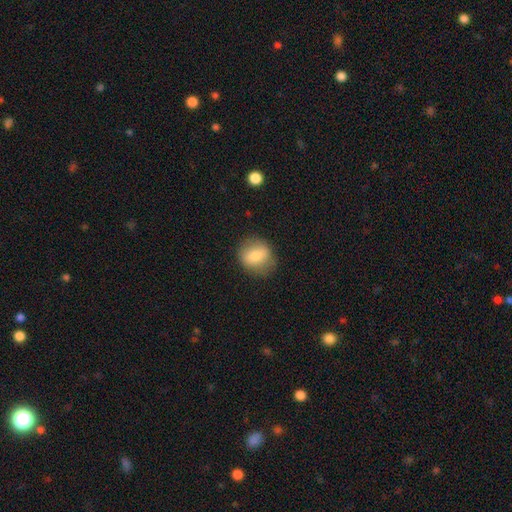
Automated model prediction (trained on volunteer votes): A smooth galaxy with no disk features (76%) that is round (70%).

Vote fractions:
- Smooth or featured? smooth: 76% / featured or disk: 16% / star or artifact: 8%
- How rounded? round: 70% / in between: 29% / cigar-shaped: 1%
- Merging? none: 78% / minor disturbance: 16% / major disturbance: 5% / merger: 1%